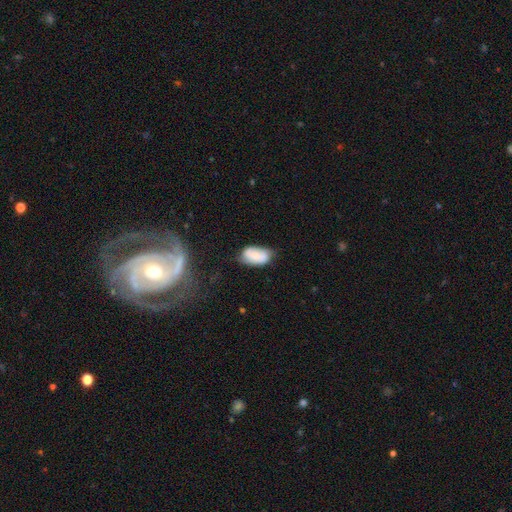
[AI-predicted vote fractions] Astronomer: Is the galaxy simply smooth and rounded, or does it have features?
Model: smooth — 64%.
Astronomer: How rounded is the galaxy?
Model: in between — 93%.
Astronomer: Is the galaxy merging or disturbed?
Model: none — 58%.